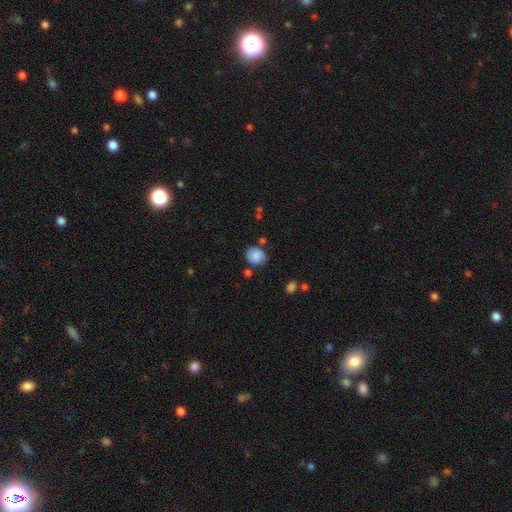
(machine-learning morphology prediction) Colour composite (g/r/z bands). It shows a smooth galaxy with no disk features (82%) that is round (68%). Merging: none (73%).